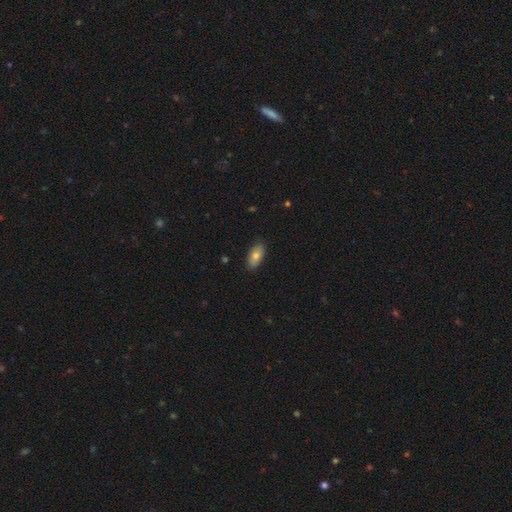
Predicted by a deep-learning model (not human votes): smooth-or-featured: smooth: 75% | featured or disk: 18% | star or artifact: 7%
  how-rounded: in between: 90% | cigar-shaped: 6% | round: 4%
  merging: none: 86% | minor disturbance: 11% | major disturbance: 2% | merger: 1%